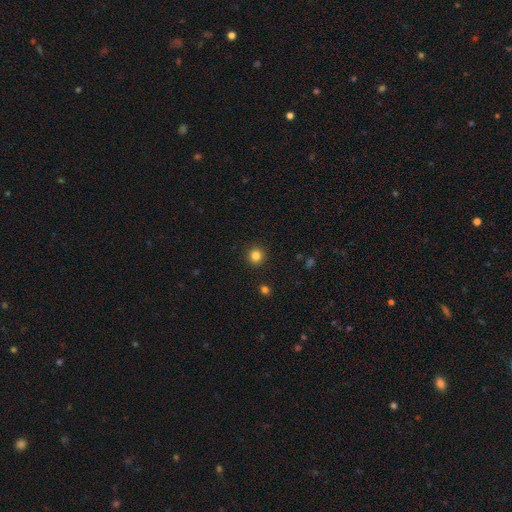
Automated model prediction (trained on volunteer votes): Q: Smooth or featured?
A: smooth (84%); runner-up: star or artifact (12%)
Q: How rounded?
A: round (93%); runner-up: in between (6%)
Q: Merging?
A: none (92%); runner-up: minor disturbance (5%)